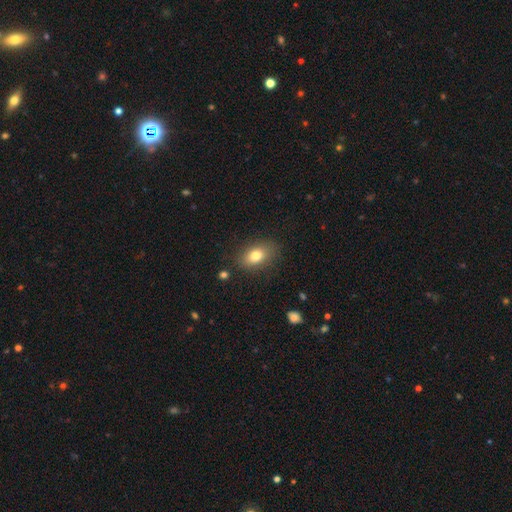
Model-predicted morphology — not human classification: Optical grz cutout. It shows a smooth galaxy with no disk features (78%) that is in between round and cigar-shaped (84%). Merging: none (82%).